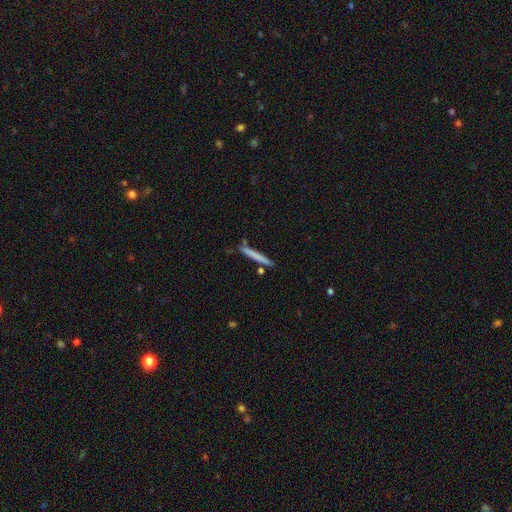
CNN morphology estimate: Smooth or featured: smooth — 71% (featured or disk — 23%)
How rounded: cigar-shaped — 96% (in between — 2%)
Merging: none — 83% (minor disturbance — 10%)